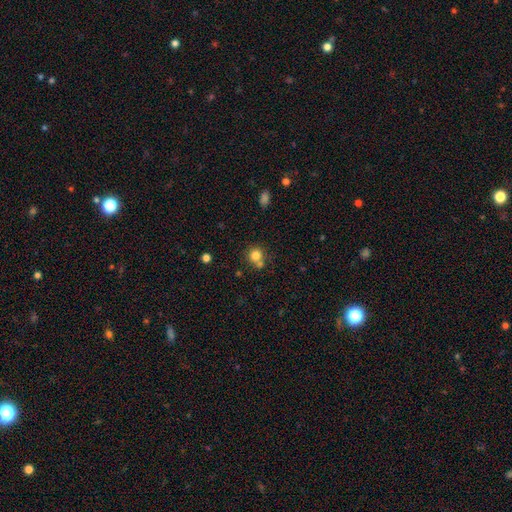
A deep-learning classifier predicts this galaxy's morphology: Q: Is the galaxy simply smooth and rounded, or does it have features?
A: smooth — 79%.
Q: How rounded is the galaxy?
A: round — 88%.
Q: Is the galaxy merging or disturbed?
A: none — 58%.